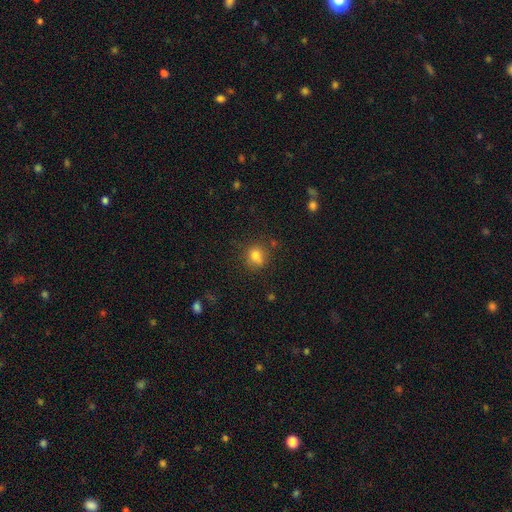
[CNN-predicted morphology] Overall: smooth (79%). How rounded: round (77%). Merging: none (69%).